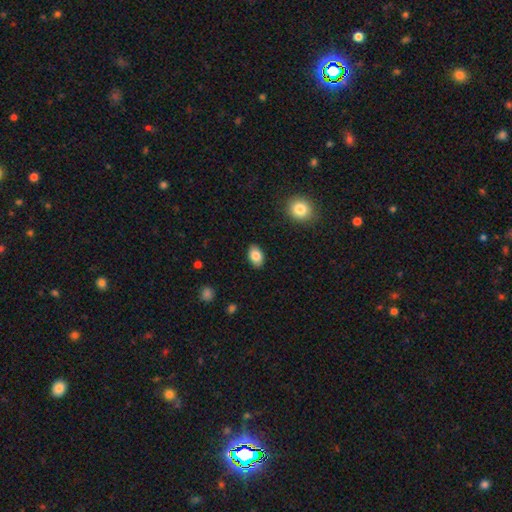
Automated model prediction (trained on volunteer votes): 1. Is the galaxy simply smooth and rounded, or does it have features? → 84% smooth, 8% featured or disk, 8% star or artifact.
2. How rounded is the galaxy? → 88% in between, 11% round, 1% cigar-shaped.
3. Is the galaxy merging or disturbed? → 88% none, 8% minor disturbance, 2% major disturbance, 1% merger.